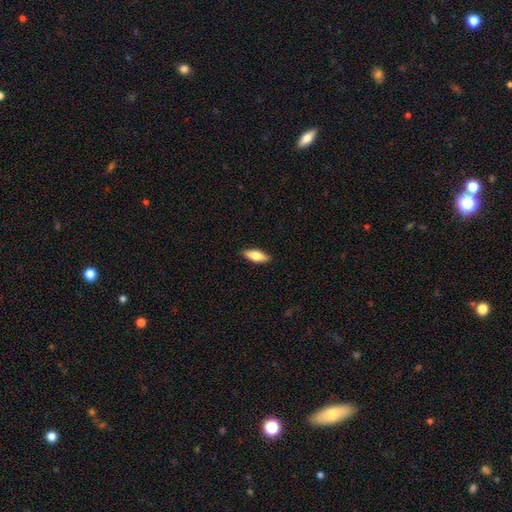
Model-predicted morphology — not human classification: This appears to be a smooth galaxy with no disk features (68%) that is in between round and cigar-shaped (67%). Merging: none (89%).